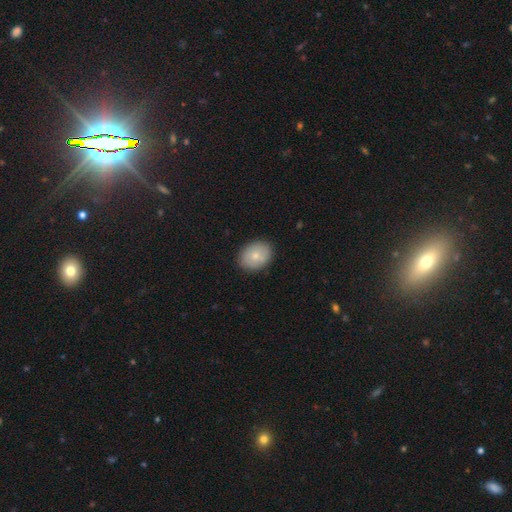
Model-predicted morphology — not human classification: Overall: smooth (75%). How rounded: in between (59%; round 40%). Merging: none (87%).